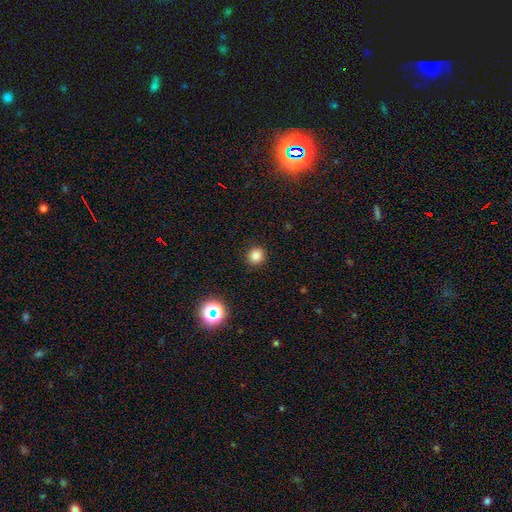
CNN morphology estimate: smooth-or-featured: smooth: 82% | star or artifact: 14% | featured or disk: 4%
  how-rounded: round: 89% | in between: 10% | cigar-shaped: 1%
  merging: none: 91% | minor disturbance: 6% | major disturbance: 2% | merger: 1%